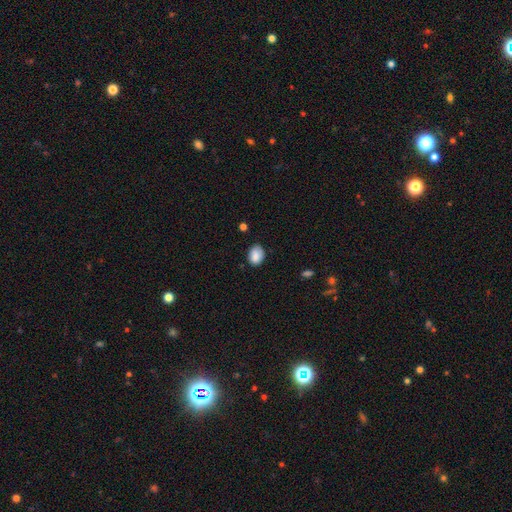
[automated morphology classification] This appears to be a smooth galaxy with no disk features (87%) that is in between round and cigar-shaped (72%). Merging: none (74%).